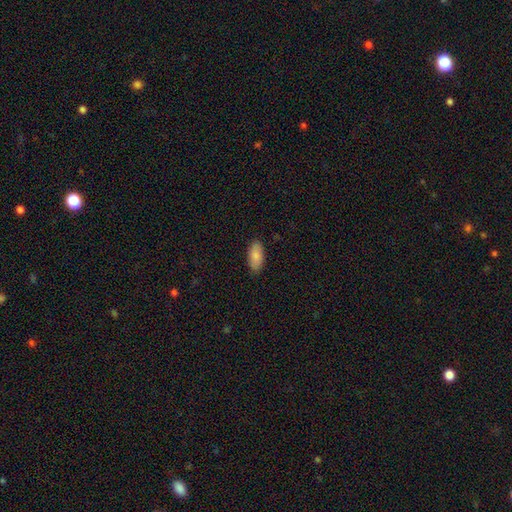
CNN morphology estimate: type=smooth (87%); roundness=in between (88%); merging=none (87%).